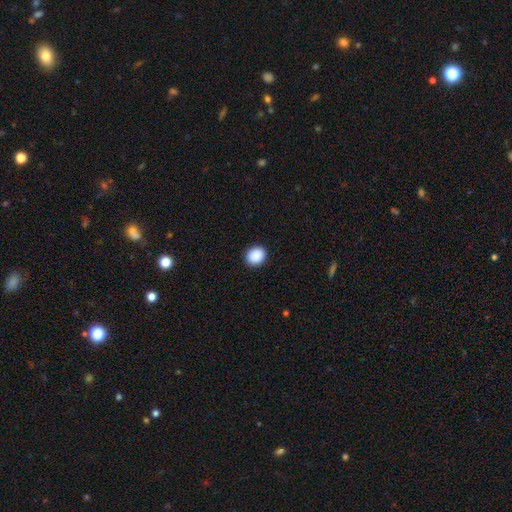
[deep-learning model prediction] Smooth or featured? smooth (90%)
How rounded? round (65%)
Merging? none (91%)